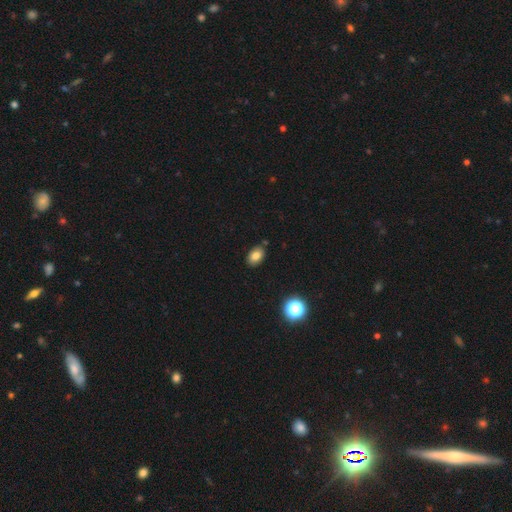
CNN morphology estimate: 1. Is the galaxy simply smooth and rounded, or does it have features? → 81% smooth, 11% star or artifact, 8% featured or disk.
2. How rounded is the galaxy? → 84% in between, 14% round, 1% cigar-shaped.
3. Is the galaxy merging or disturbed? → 84% none, 11% minor disturbance, 3% merger, 2% major disturbance.